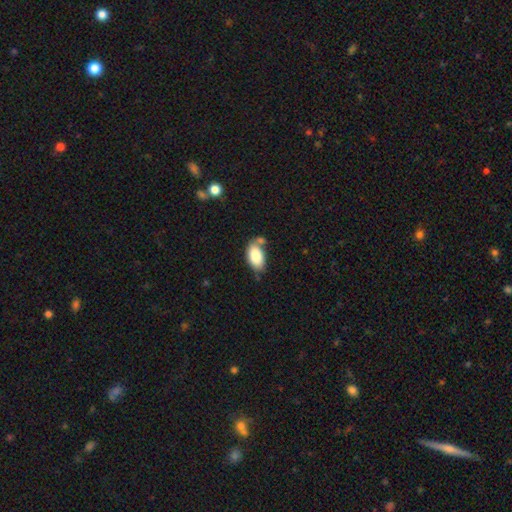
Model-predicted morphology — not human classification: This appears to be a smooth galaxy with no disk features (84%) that is in between round and cigar-shaped (94%). Merging: none (57%).